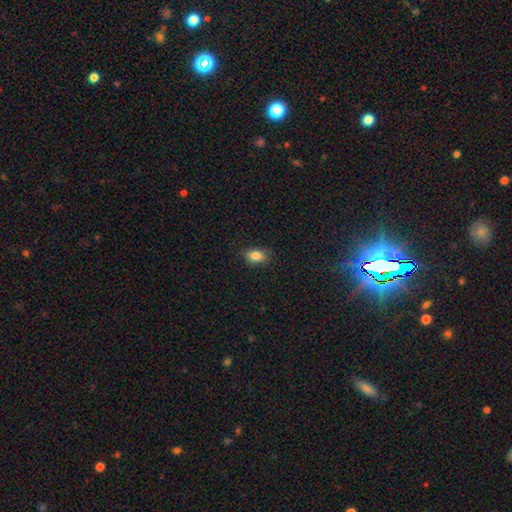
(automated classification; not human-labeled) smooth_or_featured: smooth (p=0.86) [alt: star or artifact p=0.09]
how_rounded: in between (p=0.84) [alt: round p=0.14]
merging: none (p=0.84) [alt: minor disturbance p=0.12]